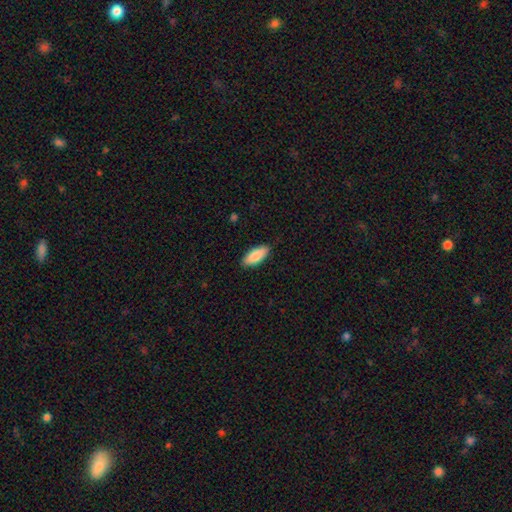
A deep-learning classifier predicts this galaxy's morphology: smooth 88%, featured or disk 7%, star or artifact 5%. Down the decision tree: how rounded — in between (82%); merging — none (89%).